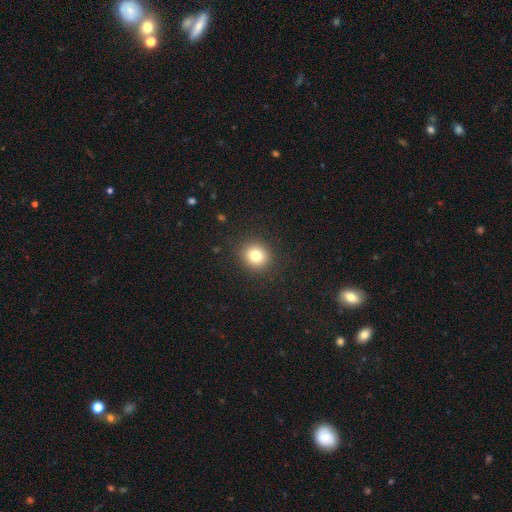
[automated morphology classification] Overall: smooth (80%). How rounded: round (87%). Merging: none (91%).